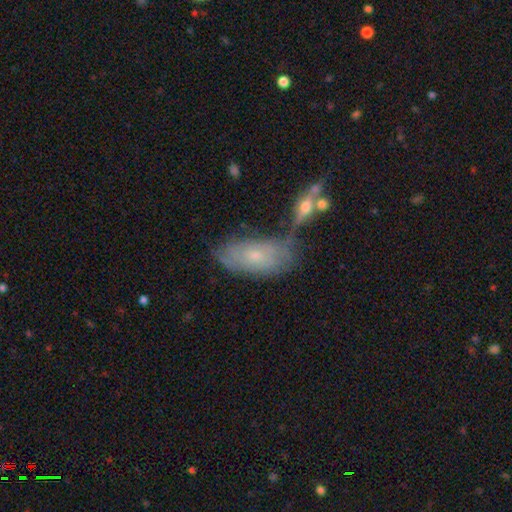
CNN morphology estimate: type=smooth (49%); merging=none (52%).